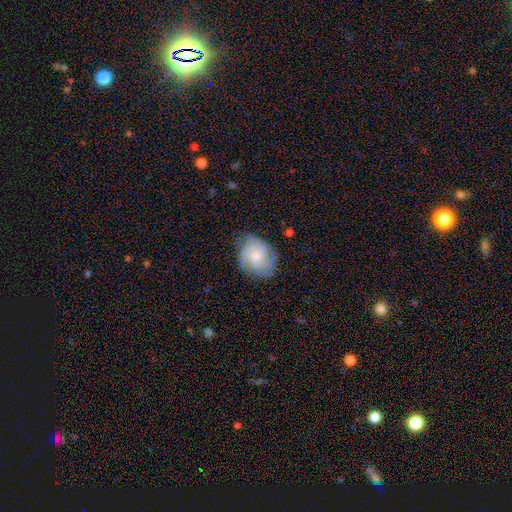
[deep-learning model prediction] A featured or disk galaxy (55%) with no bar (78%), spiral arms (83%) and a moderate central bulge (48%).

Vote fractions:
- Smooth or featured? featured or disk: 55% / smooth: 38% / star or artifact: 7%
- Edge-on disk? no: 97% / yes: 3%
- Bar? no: 78% / weak: 20% / strong: 2%
- Spiral arms? yes: 83% / no: 17%
- Bulge size? moderate: 48% / small: 42% / large: 4% / none: 4% / dominant: 1%
- Merging? none: 64% / minor disturbance: 27% / major disturbance: 8% / merger: 1%